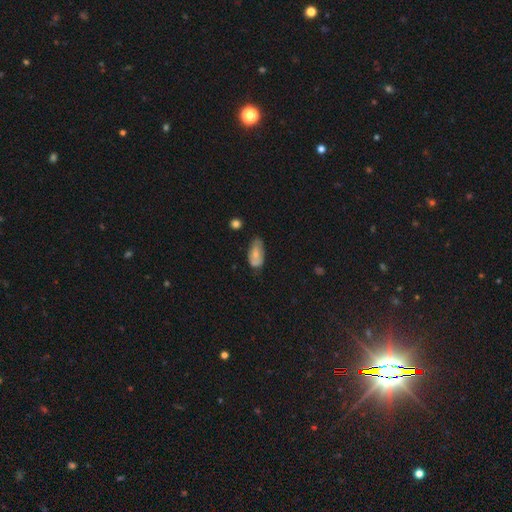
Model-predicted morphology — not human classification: Smooth or featured: smooth — 64% (featured or disk — 29%)
How rounded: in between — 92% (cigar-shaped — 5%)
Merging: none — 51% (minor disturbance — 36%)